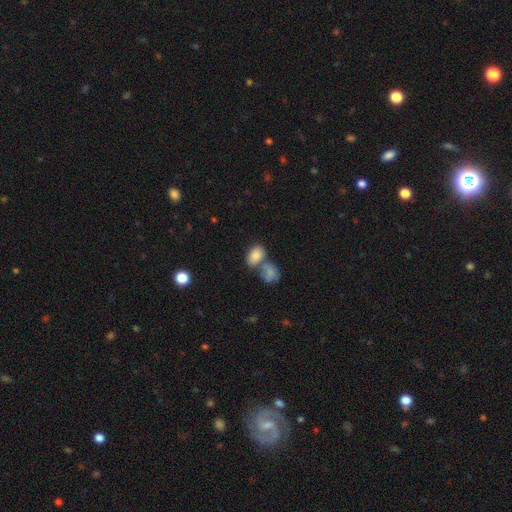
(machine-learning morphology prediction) smooth 81%, featured or disk 10%, star or artifact 8%. Down the decision tree: how rounded — in between (84%); merging — merger (45%).